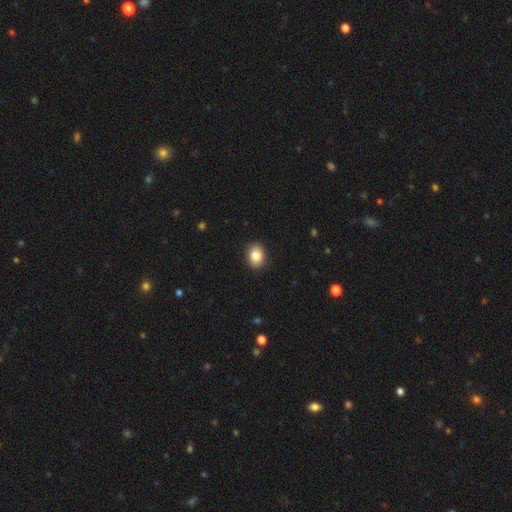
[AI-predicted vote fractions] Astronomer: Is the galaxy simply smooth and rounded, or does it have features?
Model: smooth — 87%.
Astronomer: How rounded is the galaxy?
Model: in between — 67%.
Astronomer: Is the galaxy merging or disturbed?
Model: none — 90%.